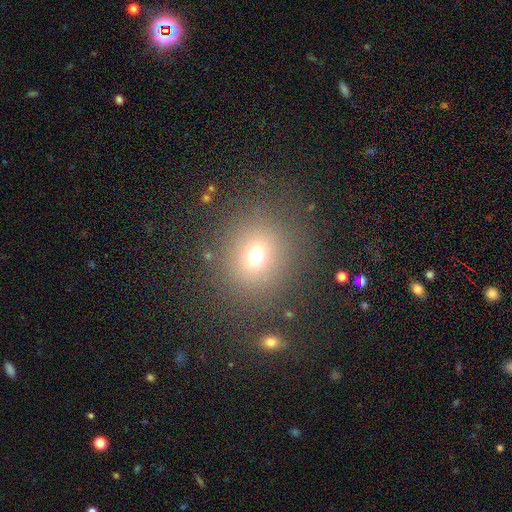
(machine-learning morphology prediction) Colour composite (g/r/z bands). It shows a smooth galaxy with no disk features (70%) that is round (81%). Merging: none (83%).